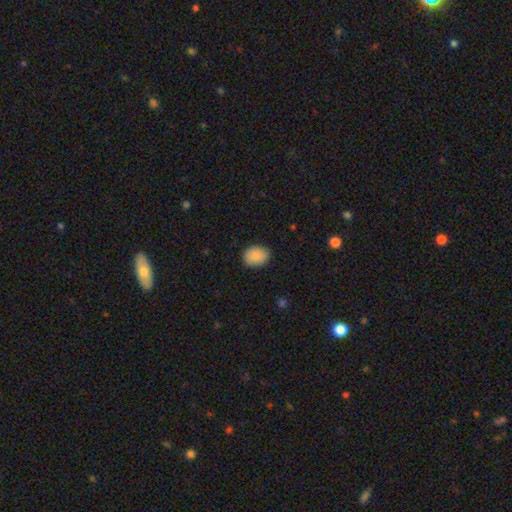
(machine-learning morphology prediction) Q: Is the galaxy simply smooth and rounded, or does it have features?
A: smooth — 89%.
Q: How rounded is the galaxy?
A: in between — 56%.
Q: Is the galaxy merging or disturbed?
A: none — 85%.